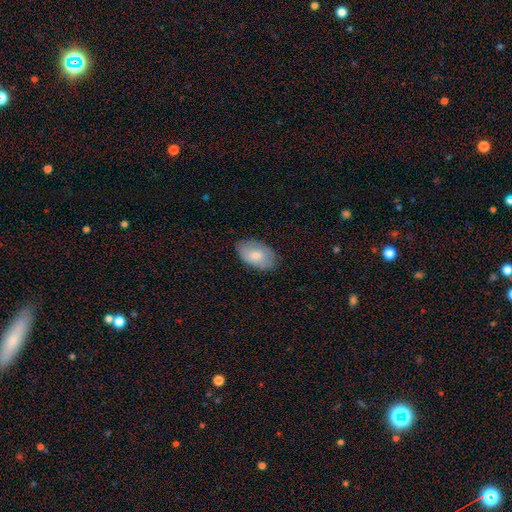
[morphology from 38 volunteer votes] smooth 79%, featured or disk 13%, star or artifact 8%. Down the decision tree: how rounded — in between (93%); merging — none (83%).